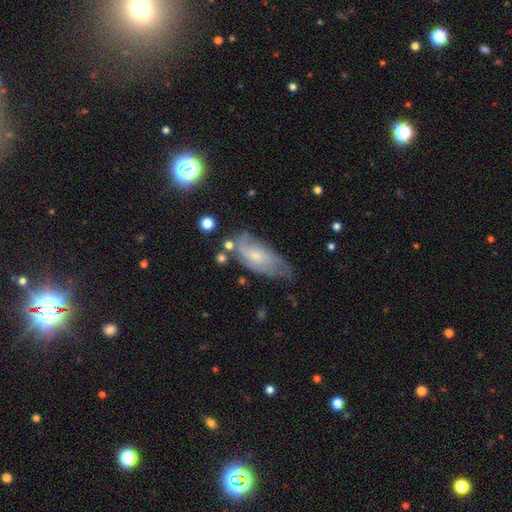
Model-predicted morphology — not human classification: Smooth or featured? featured or disk (60%)
Edge-on disk? no (91%)
Bar? no (70%)
Spiral arms? yes (83%)
Bulge size? small (69%)
Merging? none (48%)